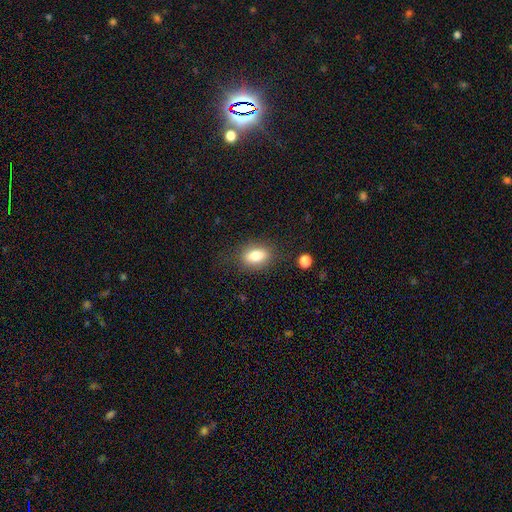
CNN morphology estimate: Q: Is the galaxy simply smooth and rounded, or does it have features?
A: smooth — 81%.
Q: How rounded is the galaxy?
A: in between — 82%.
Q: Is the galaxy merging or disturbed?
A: none — 81%.